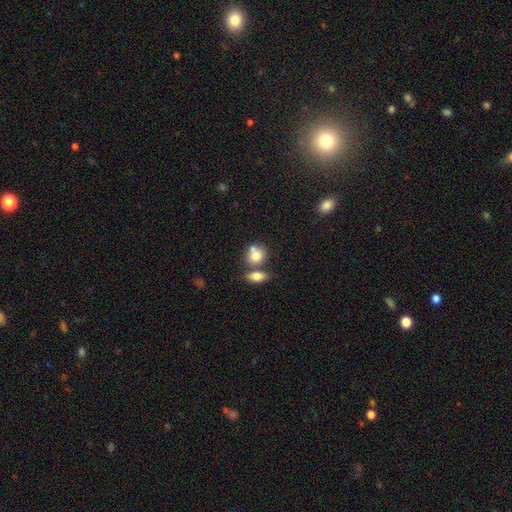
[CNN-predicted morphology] Smooth or featured? Predicted: smooth (p=0.77). How rounded? Predicted: round (p=0.66). Merging? Predicted: merger (p=0.46).